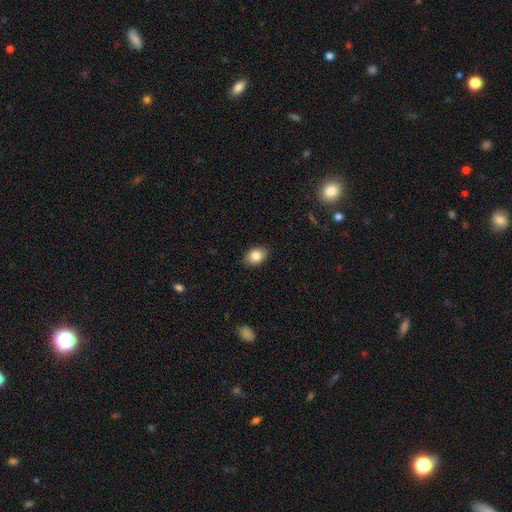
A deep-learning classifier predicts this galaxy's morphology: This appears to be a smooth galaxy with no disk features (86%) that is in between round and cigar-shaped (72%). Merging: none (87%).